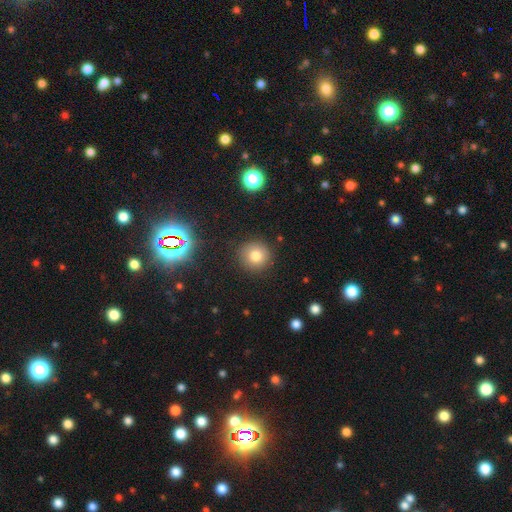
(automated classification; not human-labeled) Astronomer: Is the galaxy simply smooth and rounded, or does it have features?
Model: smooth — 78%.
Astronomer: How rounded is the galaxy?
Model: round — 93%.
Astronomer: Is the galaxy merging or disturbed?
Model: none — 88%.